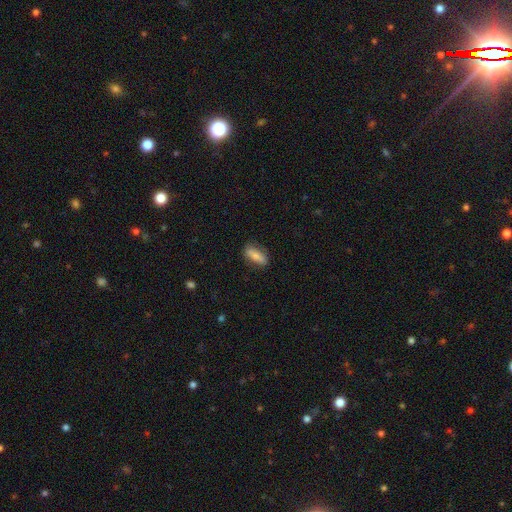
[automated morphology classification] A smooth galaxy with no disk features (72%) that is in between round and cigar-shaped (71%). Merging: none (79%).